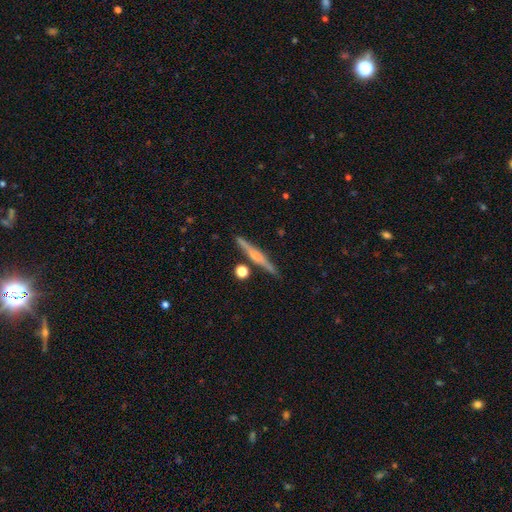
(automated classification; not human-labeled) Overall: featured or disk (70%). Edge-on disk: yes (98%). Edge-on bulge: rounded (73%). Merging: none (87%).